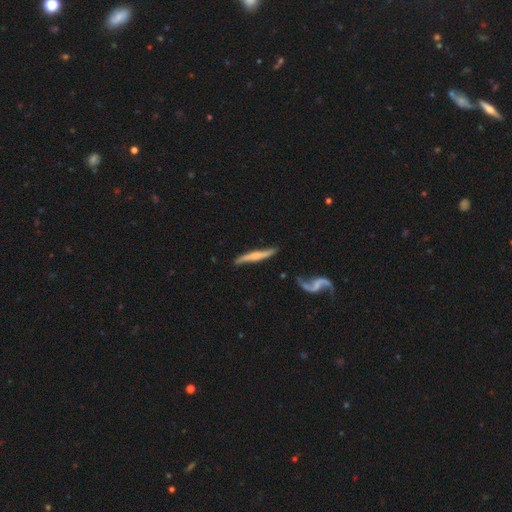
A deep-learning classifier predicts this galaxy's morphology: Smooth or featured? featured or disk (60%)
Edge-on disk? yes (75%)
Merging? none (72%)